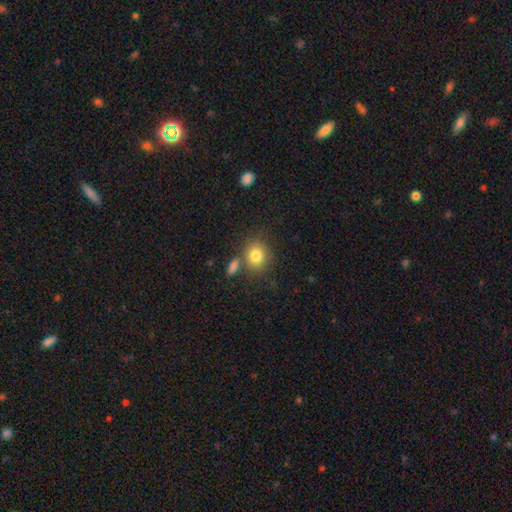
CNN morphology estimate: This appears to be a smooth galaxy with no disk features (81%) that is round (67%). Merging: none (70%).